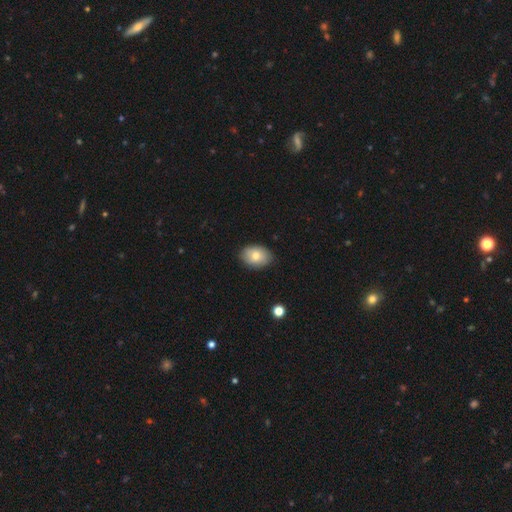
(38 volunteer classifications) smooth-or-featured: smooth: 74% | featured or disk: 18% | star or artifact: 8%
  how-rounded: in between: 89% | round: 11% | cigar-shaped: 0%
  merging: none: 94% | minor disturbance: 6% | major disturbance: 0% | merger: 0%